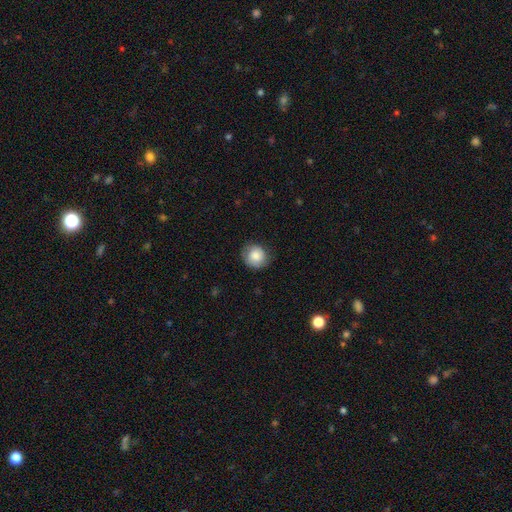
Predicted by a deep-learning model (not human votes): This is clearly a smooth galaxy (82%). How rounded: clearly round (87%). Merging: likely none (77%).